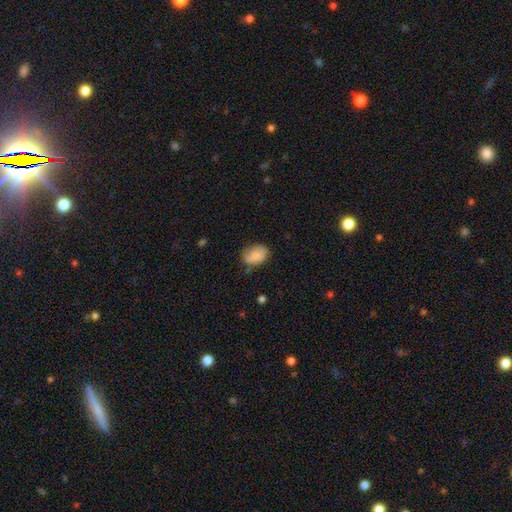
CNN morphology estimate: Q: Smooth or featured?
A: smooth (80%); runner-up: featured or disk (12%)
Q: How rounded?
A: in between (70%); runner-up: round (29%)
Q: Merging?
A: none (61%); runner-up: minor disturbance (29%)